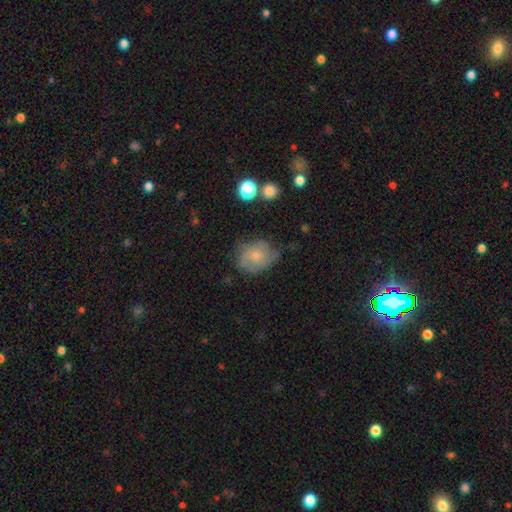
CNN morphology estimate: type=smooth (62%); roundness=round (52%); merging=none (52%).